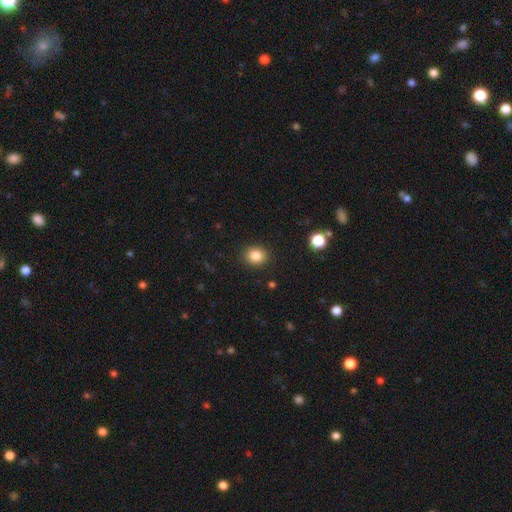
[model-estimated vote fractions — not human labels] Overall: smooth (84%). How rounded: round (74%). Merging: none (90%).